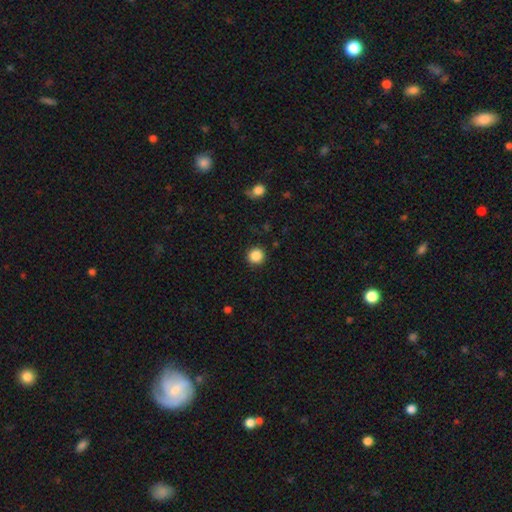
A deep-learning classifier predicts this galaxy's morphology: Smooth or featured? Predicted: smooth (p=0.86). How rounded? Predicted: round (p=0.94). Merging? Predicted: none (p=0.91).